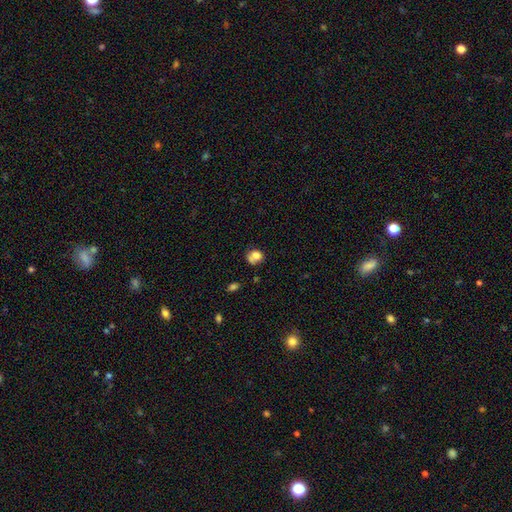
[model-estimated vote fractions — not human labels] Q: Smooth or featured?
A: smooth (72%); runner-up: featured or disk (16%)
Q: How rounded?
A: round (67%); runner-up: in between (32%)
Q: Merging?
A: none (40%); runner-up: merger (35%)